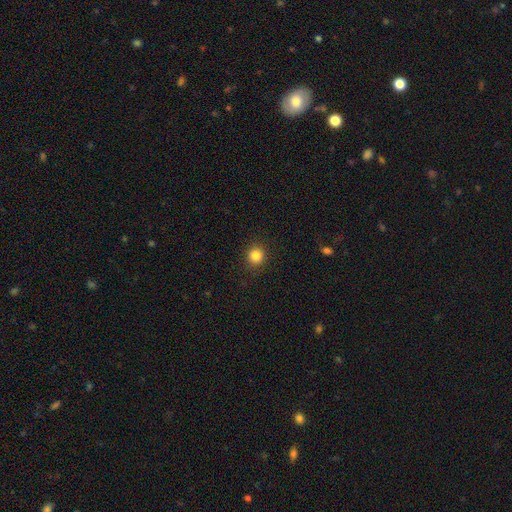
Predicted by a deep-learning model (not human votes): Q: Smooth or featured?
A: smooth (84%); runner-up: star or artifact (11%)
Q: How rounded?
A: round (90%); runner-up: in between (9%)
Q: Merging?
A: none (91%); runner-up: minor disturbance (6%)